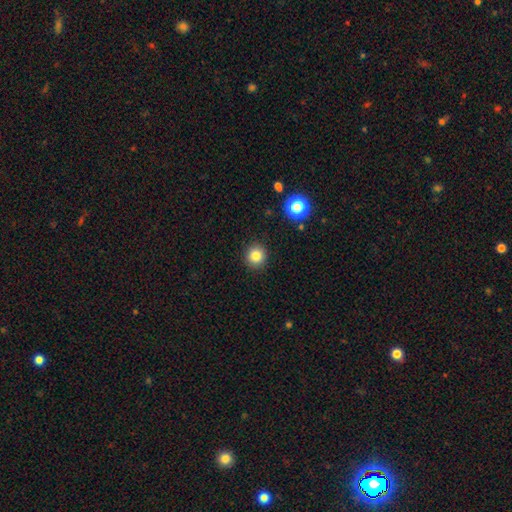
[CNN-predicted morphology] The model was most divided on "smooth or featured": smooth: 83%, star or artifact: 12%, featured or disk: 5%. More confident: how rounded — round (92%); merging — none (92%).